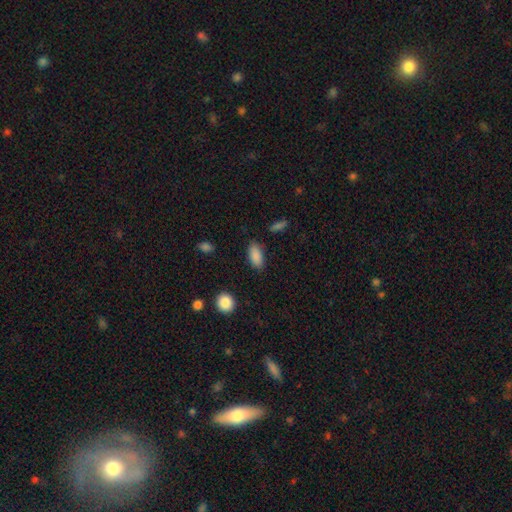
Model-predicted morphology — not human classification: Overall: smooth (88%). How rounded: in between (91%). Merging: none (83%).